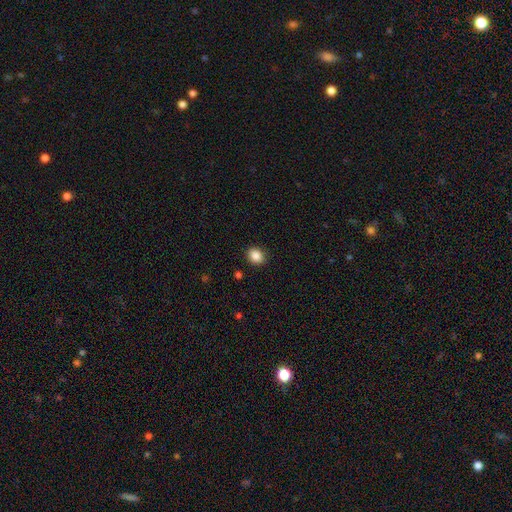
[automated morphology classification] Smooth or featured? Predicted: smooth (p=0.87). How rounded? Predicted: round (p=0.58). Merging? Predicted: none (p=0.90).